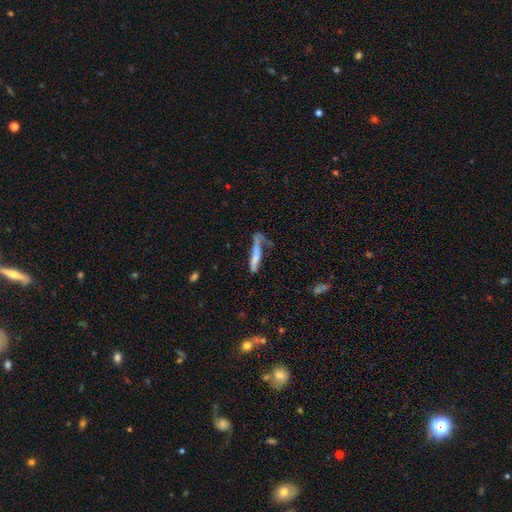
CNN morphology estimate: smooth 62%, featured or disk 30%, star or artifact 9%. Down the decision tree: how rounded — cigar-shaped (87%); merging — none (34%).